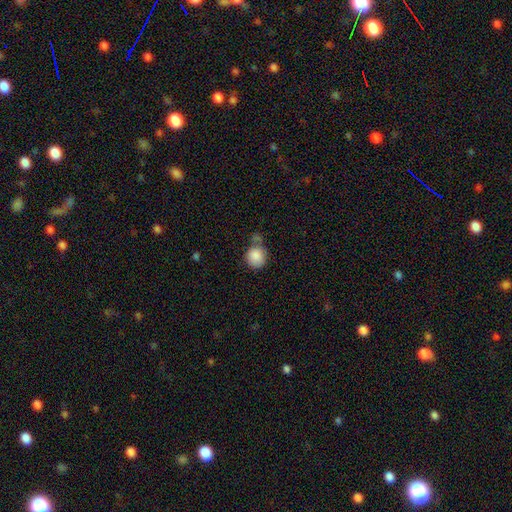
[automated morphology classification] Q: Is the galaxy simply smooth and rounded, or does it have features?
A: smooth — 87%.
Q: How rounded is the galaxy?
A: round — 81%.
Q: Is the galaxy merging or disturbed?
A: none — 51%.